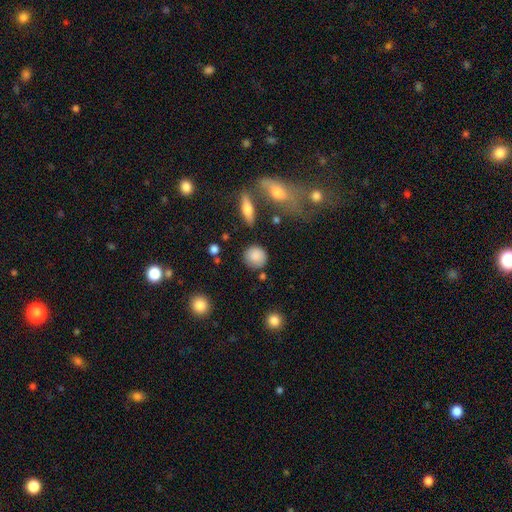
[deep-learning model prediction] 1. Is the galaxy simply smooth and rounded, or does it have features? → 85% smooth, 8% star or artifact, 7% featured or disk.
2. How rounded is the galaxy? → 87% round, 12% in between, 2% cigar-shaped.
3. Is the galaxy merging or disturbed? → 81% none, 12% minor disturbance, 3% major disturbance, 3% merger.